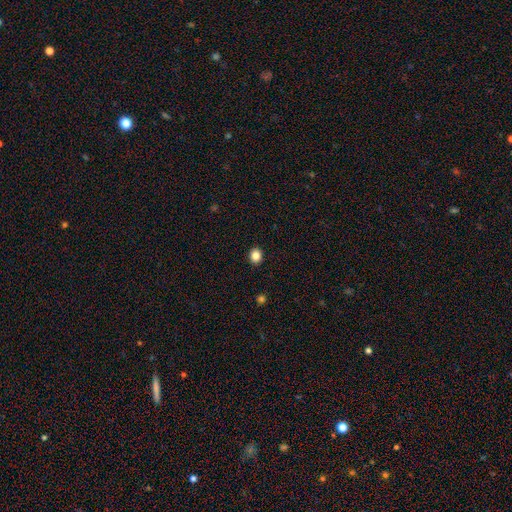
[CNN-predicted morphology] A smooth galaxy with no disk features (85%) that is round (71%).

Vote fractions:
- Smooth or featured? smooth: 85% / star or artifact: 11% / featured or disk: 4%
- How rounded? round: 71% / in between: 28% / cigar-shaped: 1%
- Merging? none: 92% / minor disturbance: 5% / major disturbance: 2% / merger: 1%